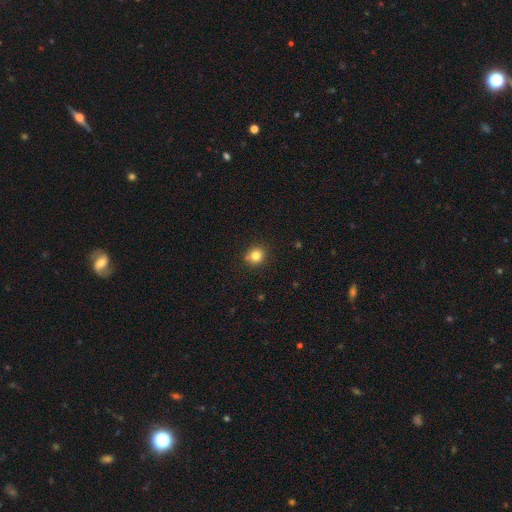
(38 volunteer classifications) This is clearly a smooth galaxy (87%). How rounded: clearly round (85%). Merging: clearly none (80%).